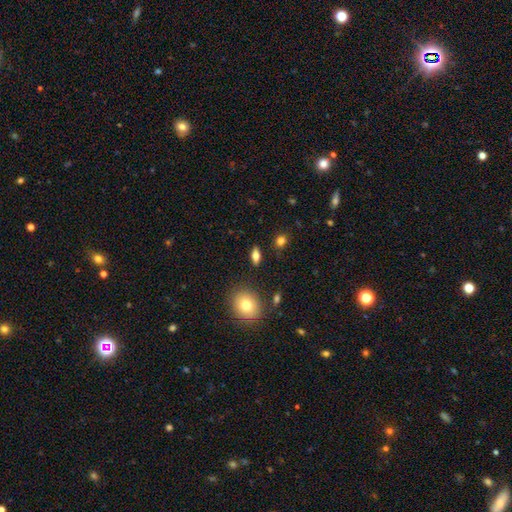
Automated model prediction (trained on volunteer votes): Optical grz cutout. It shows a smooth galaxy with no disk features (72%) that is in between round and cigar-shaped (74%). Merging: none (86%).